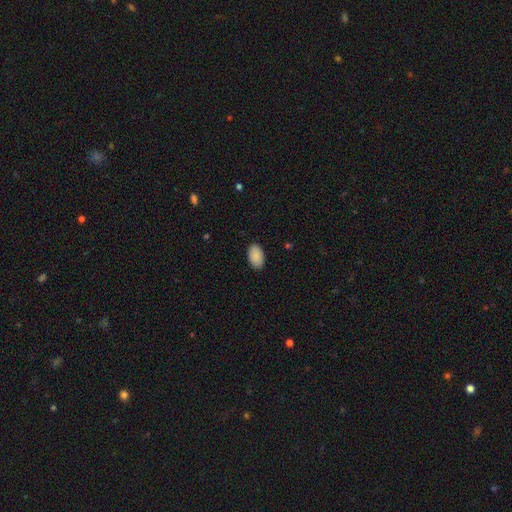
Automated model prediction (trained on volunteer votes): A smooth galaxy with no disk features (90%) that is in between round and cigar-shaped (93%). Merging: none (89%).